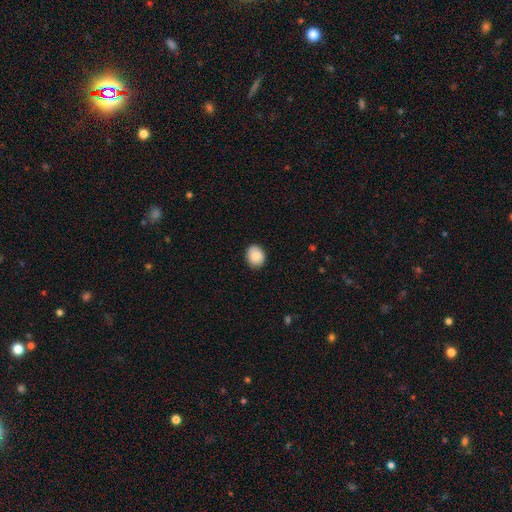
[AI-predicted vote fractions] The model was most divided on "how rounded": round: 64%, in between: 35%, cigar-shaped: 1%. More confident: smooth or featured — smooth (88%); merging — none (88%).